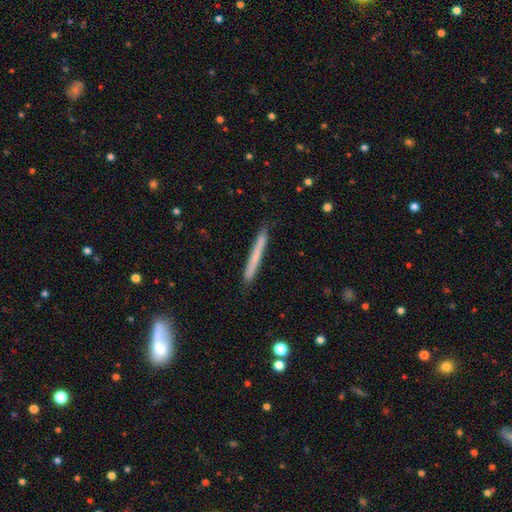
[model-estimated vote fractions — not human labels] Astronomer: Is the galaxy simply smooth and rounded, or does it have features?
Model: smooth — 63%.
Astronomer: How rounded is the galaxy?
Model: cigar-shaped — 97%.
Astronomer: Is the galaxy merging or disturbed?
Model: none — 88%.